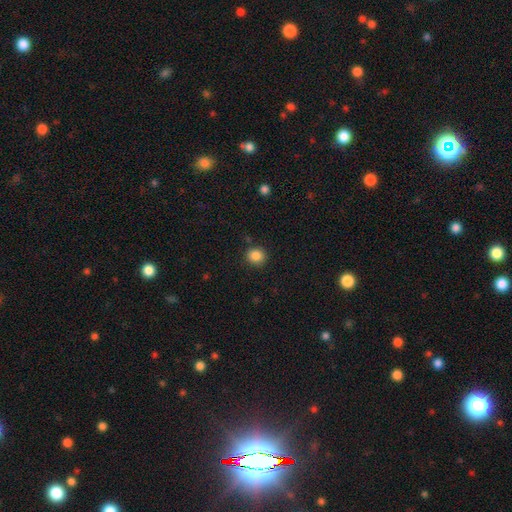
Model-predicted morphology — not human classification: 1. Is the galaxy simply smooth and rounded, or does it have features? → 86% smooth, 10% star or artifact, 4% featured or disk.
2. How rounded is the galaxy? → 85% round, 14% in between, 1% cigar-shaped.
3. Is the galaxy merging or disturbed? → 88% none, 8% minor disturbance, 2% major disturbance, 2% merger.